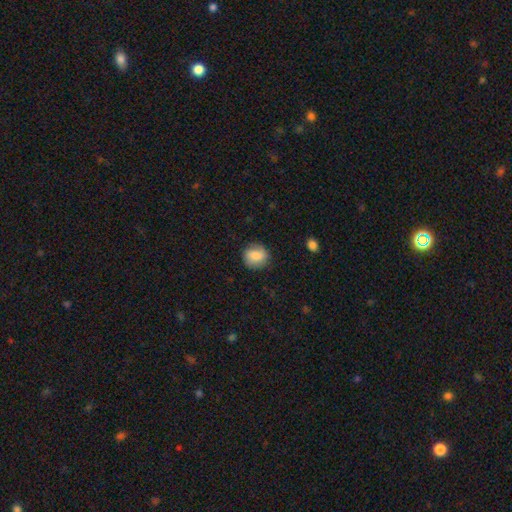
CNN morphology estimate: Smooth or featured? Predicted: smooth (p=0.78). How rounded? Predicted: round (p=0.78). Merging? Predicted: none (p=0.80).